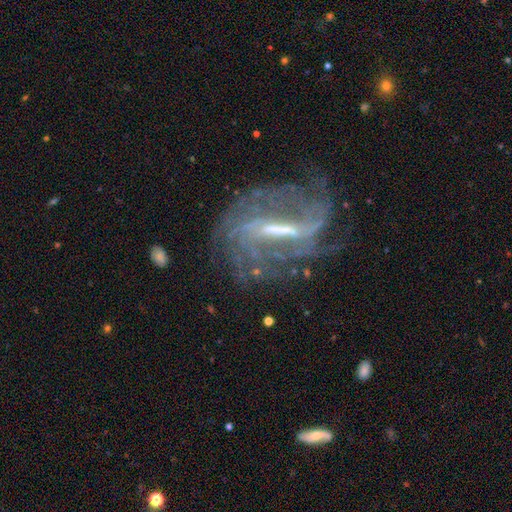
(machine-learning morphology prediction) This appears to be a featured or disk galaxy (83%) with a strong bar (69%), medium (38%) spiral arms (86%) and a small central bulge (40%). Merging: none (63%).